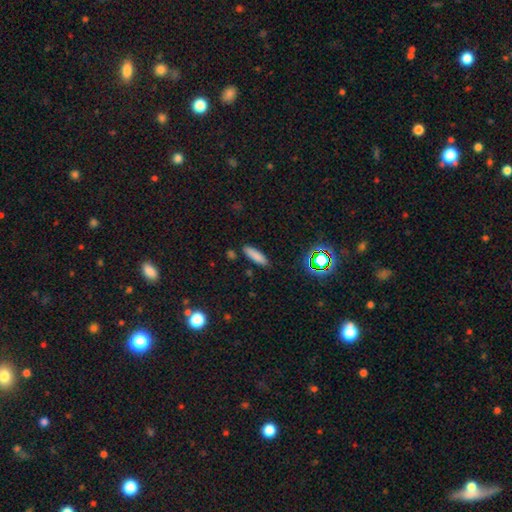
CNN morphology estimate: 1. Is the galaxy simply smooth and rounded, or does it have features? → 81% smooth, 11% star or artifact, 8% featured or disk.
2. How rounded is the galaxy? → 64% cigar-shaped, 34% in between, 2% round.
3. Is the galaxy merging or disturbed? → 86% none, 10% minor disturbance, 2% merger, 2% major disturbance.